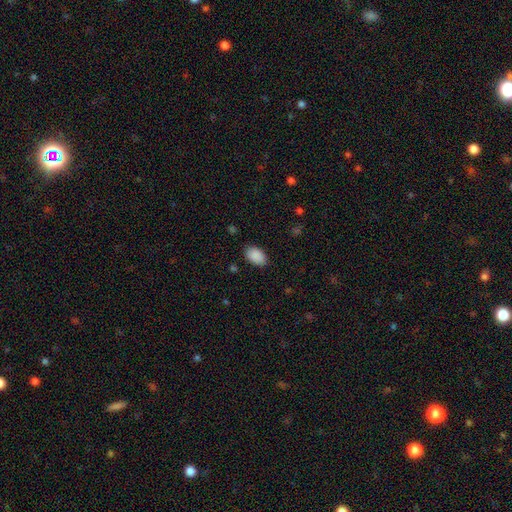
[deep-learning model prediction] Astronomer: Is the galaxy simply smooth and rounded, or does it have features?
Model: smooth — 90%.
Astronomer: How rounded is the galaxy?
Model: in between — 90%.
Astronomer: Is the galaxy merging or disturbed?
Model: none — 84%.